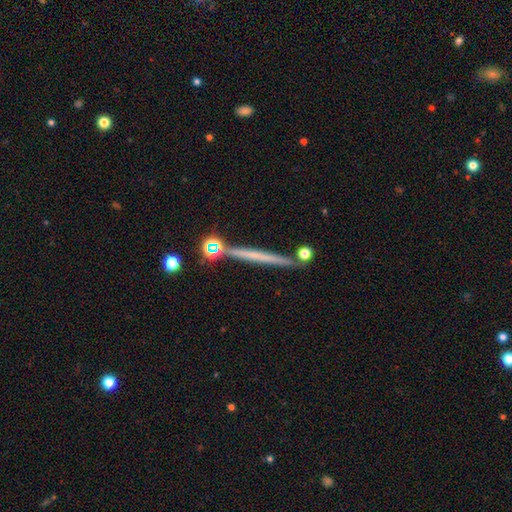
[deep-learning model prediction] Smooth or featured? featured or disk (54%)
Edge-on disk? yes (96%)
Edge-on bulge? none (85%)
Merging? none (81%)